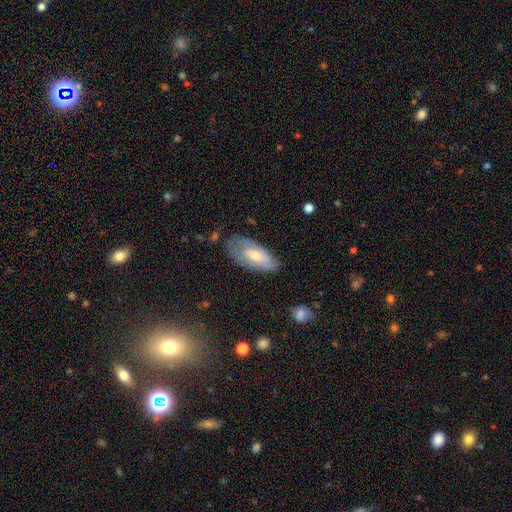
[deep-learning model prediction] smooth_or_featured: smooth (p=0.55) [alt: featured or disk p=0.39]
how_rounded: in between (p=0.88) [alt: cigar-shaped p=0.09]
merging: none (p=0.59) [alt: minor disturbance p=0.29]